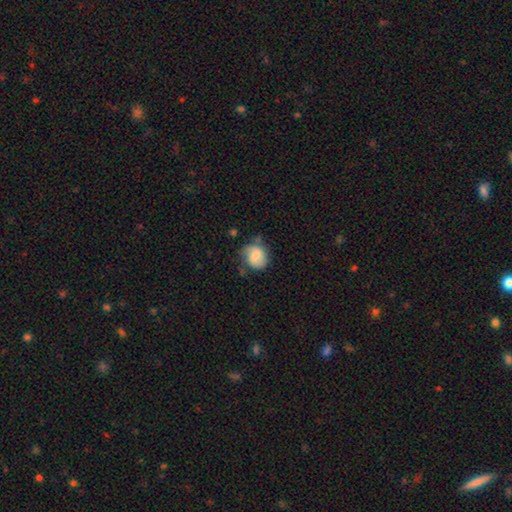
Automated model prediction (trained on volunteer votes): This appears to be a smooth galaxy with no disk features (56%) that is round (68%). Merging: none (54%).